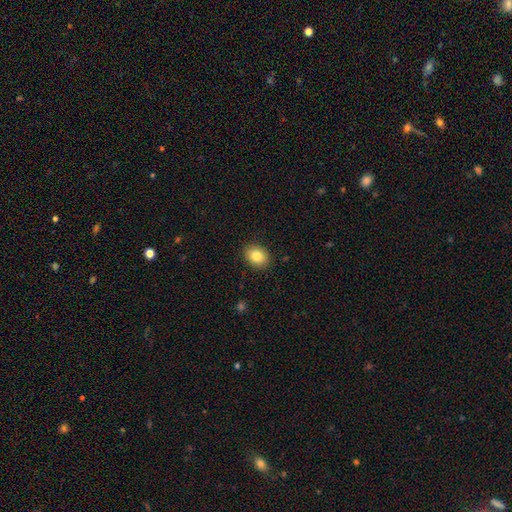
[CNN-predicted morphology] A smooth galaxy with no disk features (83%) that is in between round and cigar-shaped (54%). Merging: none (89%).